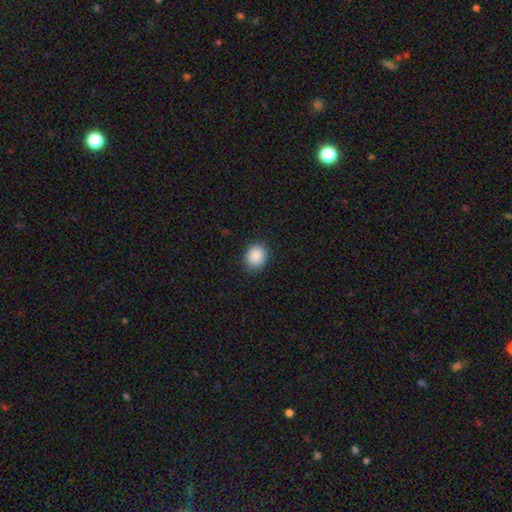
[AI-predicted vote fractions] smooth_or_featured: smooth (p=0.88) [alt: star or artifact p=0.08]
how_rounded: round (p=0.71) [alt: in between p=0.28]
merging: none (p=0.88) [alt: minor disturbance p=0.09]